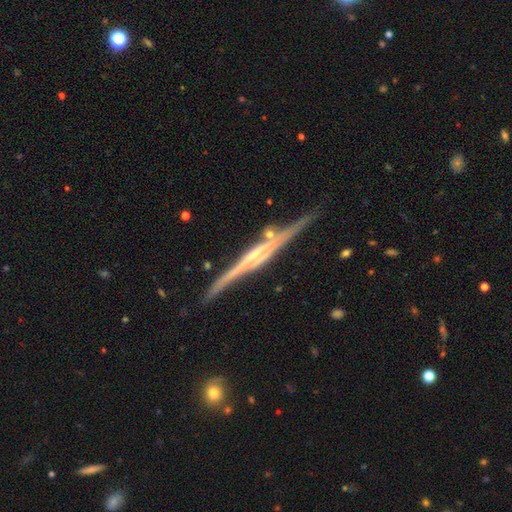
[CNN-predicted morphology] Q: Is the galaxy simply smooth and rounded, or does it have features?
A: featured or disk — 86%.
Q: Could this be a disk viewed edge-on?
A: yes — 98%.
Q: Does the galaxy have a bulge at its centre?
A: rounded — 52%.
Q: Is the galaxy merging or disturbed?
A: none — 82%.